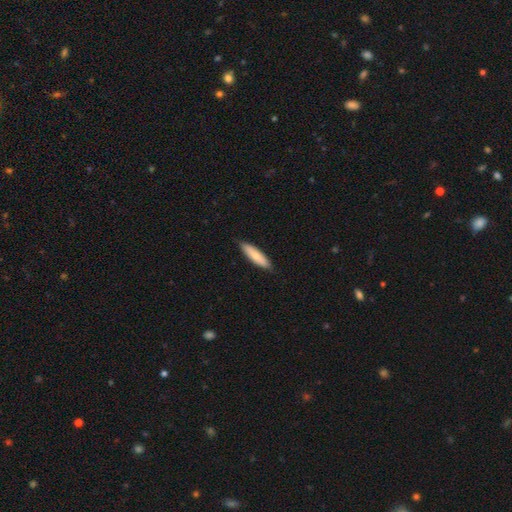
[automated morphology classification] Q: Smooth or featured?
A: smooth (76%); runner-up: featured or disk (19%)
Q: How rounded?
A: cigar-shaped (71%); runner-up: in between (27%)
Q: Merging?
A: none (86%); runner-up: minor disturbance (11%)